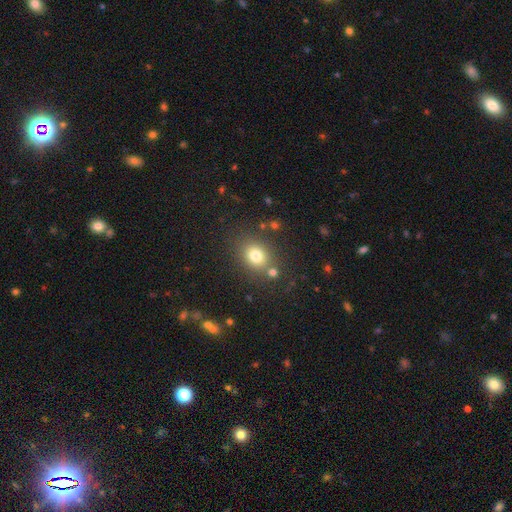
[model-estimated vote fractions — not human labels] Smooth or featured? smooth (78%)
How rounded? round (56%)
Merging? none (75%)